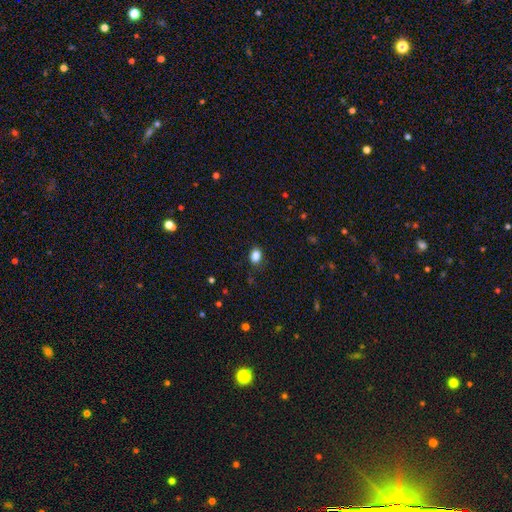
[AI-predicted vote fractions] Q: Smooth or featured?
A: smooth (86%); runner-up: star or artifact (10%)
Q: How rounded?
A: in between (73%); runner-up: round (25%)
Q: Merging?
A: none (83%); runner-up: minor disturbance (12%)